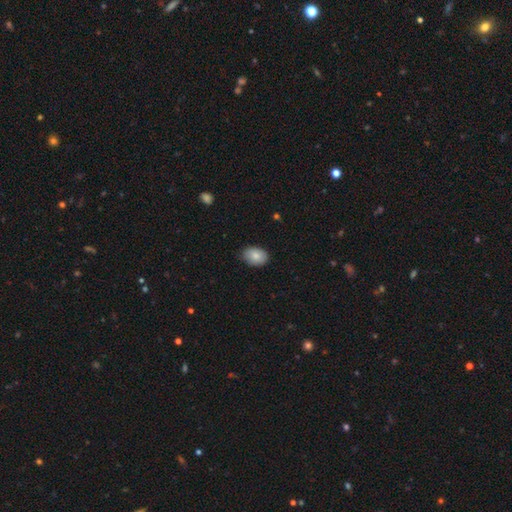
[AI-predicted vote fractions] A smooth galaxy with no disk features (84%) that is in between round and cigar-shaped (84%).

Vote fractions:
- Smooth or featured? smooth: 84% / featured or disk: 9% / star or artifact: 7%
- How rounded? in between: 84% / round: 15% / cigar-shaped: 1%
- Merging? none: 83% / minor disturbance: 14% / major disturbance: 2% / merger: 1%